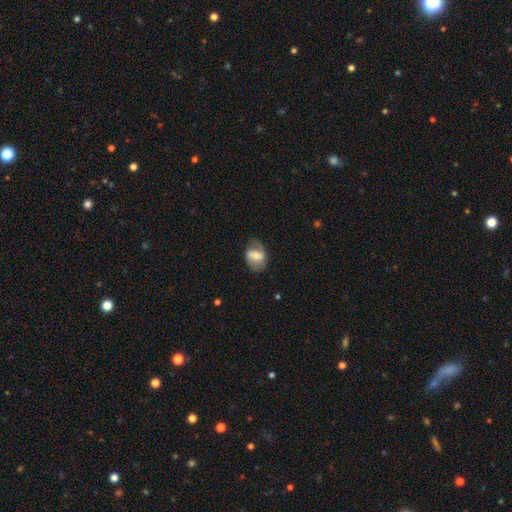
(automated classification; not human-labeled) This appears to be a featured or disk galaxy (59%) with a strong bar (44%), spiral arms (76%) and a moderate central bulge (40%). Merging: none (63%).